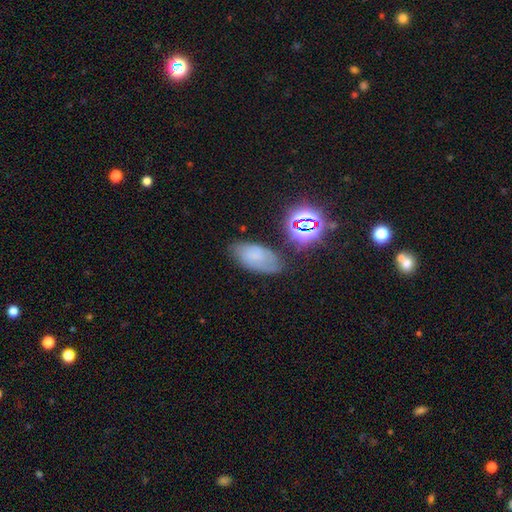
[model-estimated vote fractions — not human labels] smooth_or_featured: smooth (p=0.50) [alt: featured or disk p=0.29]
how_rounded: in between (p=0.91) [alt: round p=0.06]
merging: none (p=0.65) [alt: minor disturbance p=0.23]